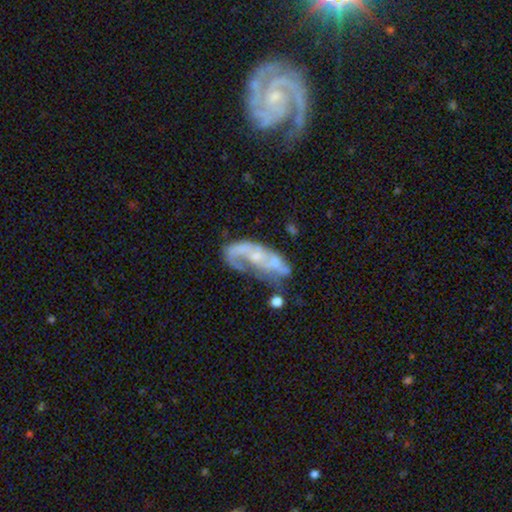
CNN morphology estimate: type=featured or disk (69%); edge-on=no (93%); bar=no (72%); spiral arms=yes (58%); bulge=small (52%); merging=major disturbance (32%).